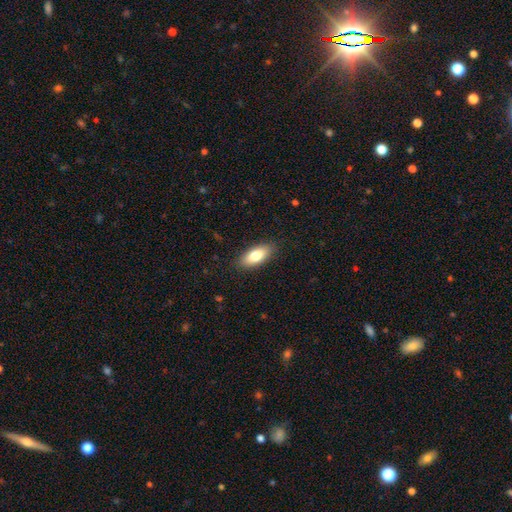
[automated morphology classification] Smooth or featured? Predicted: smooth (p=0.80). How rounded? Predicted: in between (p=0.84). Merging? Predicted: none (p=0.86).